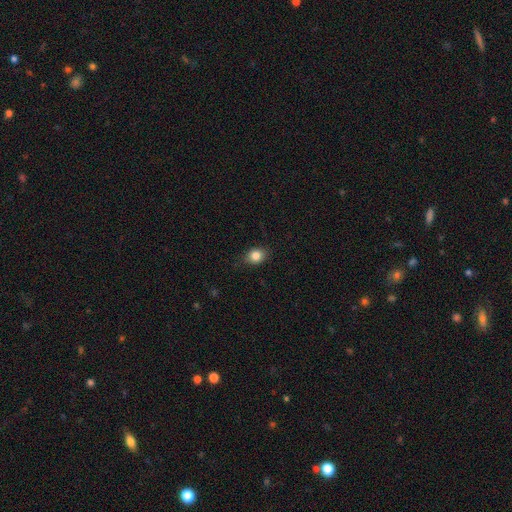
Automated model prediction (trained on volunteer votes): Smooth or featured?
  - smooth: 84% *
  - star or artifact: 10%
  - featured or disk: 6%
How rounded?
  - round: 51% *
  - in between: 48%
  - cigar-shaped: 1%
Merging?
  - none: 80% *
  - minor disturbance: 16%
  - major disturbance: 3%
  - merger: 1%